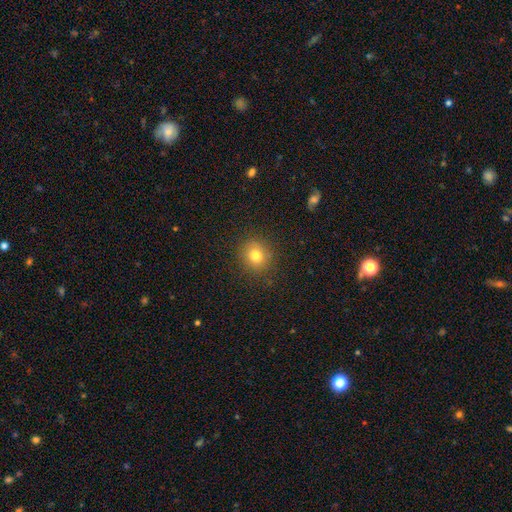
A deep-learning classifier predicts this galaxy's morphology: Overall: smooth (78%). How rounded: round (88%). Merging: none (88%).